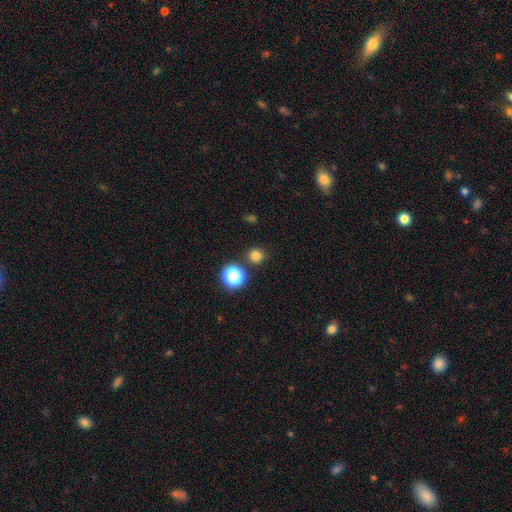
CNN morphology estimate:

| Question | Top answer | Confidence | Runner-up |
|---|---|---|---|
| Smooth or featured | smooth | 77% | star or artifact (18%) |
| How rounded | round | 92% | in between (7%) |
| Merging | none | 87% | minor disturbance (6%) |